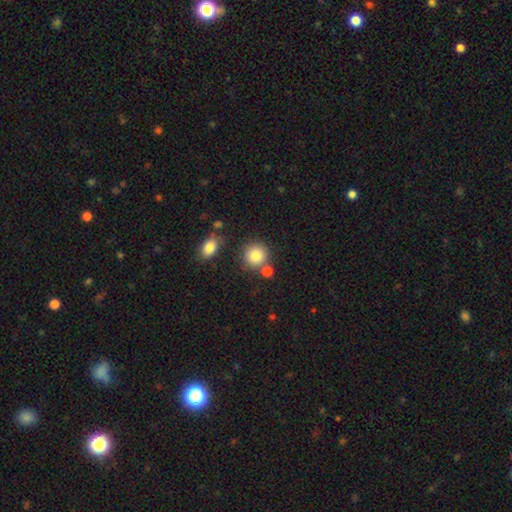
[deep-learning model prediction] smooth_or_featured: smooth (p=0.83) [alt: star or artifact p=0.09]
how_rounded: round (p=0.89) [alt: in between p=0.10]
merging: none (p=0.72) [alt: merger p=0.14]